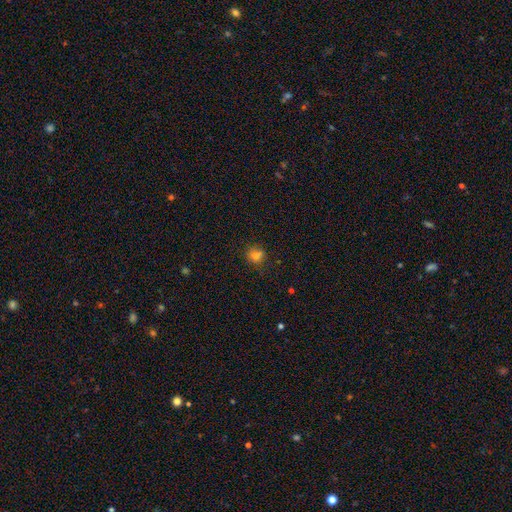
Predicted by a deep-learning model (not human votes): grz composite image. It shows a smooth galaxy with no disk features (69%) that is round (77%). Merging: none (71%).